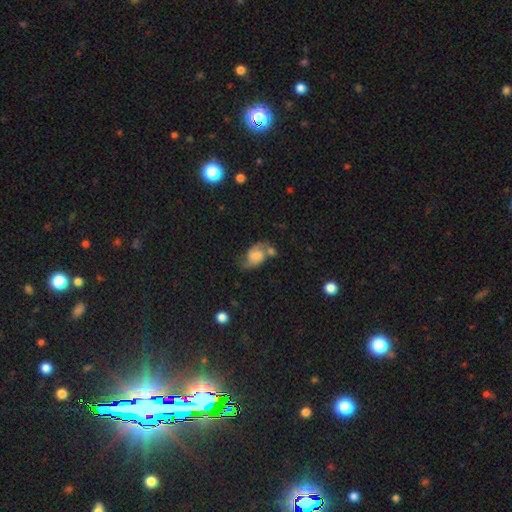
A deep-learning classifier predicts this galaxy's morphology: This appears to be a featured or disk galaxy (53%) with no bar (57%), spiral arms (86%) and a small central bulge (28%). Merging: none (41%).